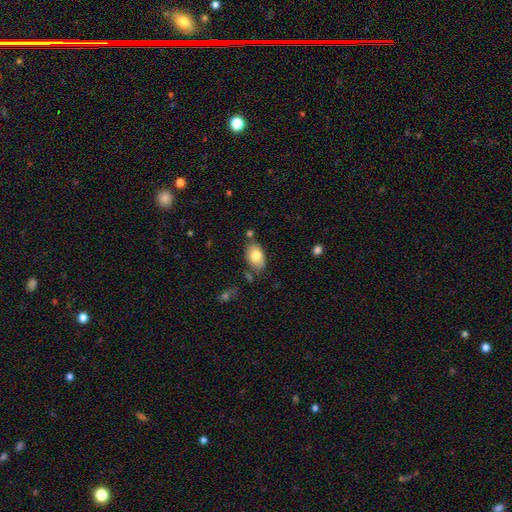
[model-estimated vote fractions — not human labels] smooth 79%, featured or disk 14%, star or artifact 7%. Down the decision tree: how rounded — in between (91%); merging — none (73%).